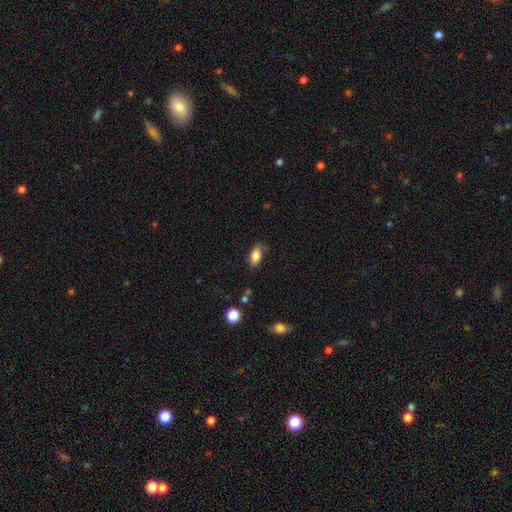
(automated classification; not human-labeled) Overall: smooth (84%). How rounded: in between (88%). Merging: none (75%).